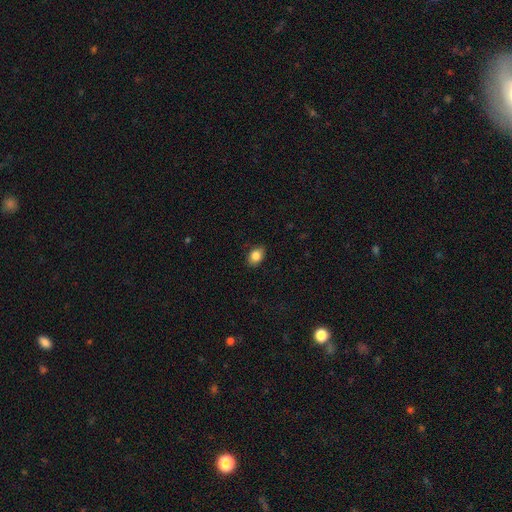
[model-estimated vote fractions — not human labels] Smooth or featured?
  - smooth: 86% *
  - star or artifact: 9%
  - featured or disk: 6%
How rounded?
  - in between: 73% *
  - round: 26%
  - cigar-shaped: 1%
Merging?
  - none: 86% *
  - minor disturbance: 11%
  - major disturbance: 2%
  - merger: 1%